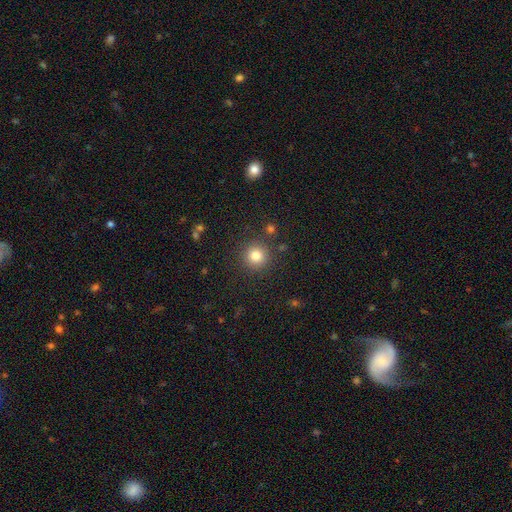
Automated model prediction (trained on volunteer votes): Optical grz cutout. It shows a smooth galaxy with no disk features (81%) that is round (94%). Merging: none (88%).